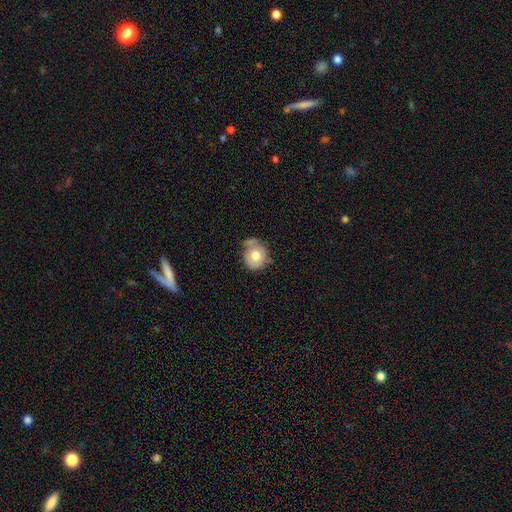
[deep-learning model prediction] Smooth or featured? Predicted: smooth (p=0.64). How rounded? Predicted: round (p=0.78). Merging? Predicted: none (p=0.47).